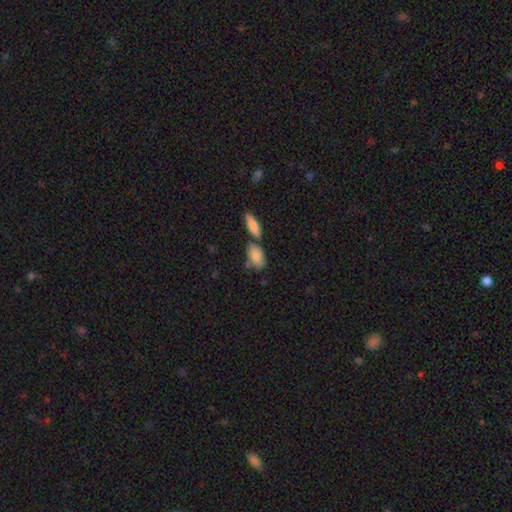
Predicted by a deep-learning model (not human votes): A smooth galaxy with no disk features (84%) that is in between round and cigar-shaped (89%).

Vote fractions:
- Smooth or featured? smooth: 84% / featured or disk: 10% / star or artifact: 6%
- How rounded? in between: 89% / cigar-shaped: 6% / round: 5%
- Merging? none: 52% / merger: 27% / minor disturbance: 16% / major disturbance: 5%